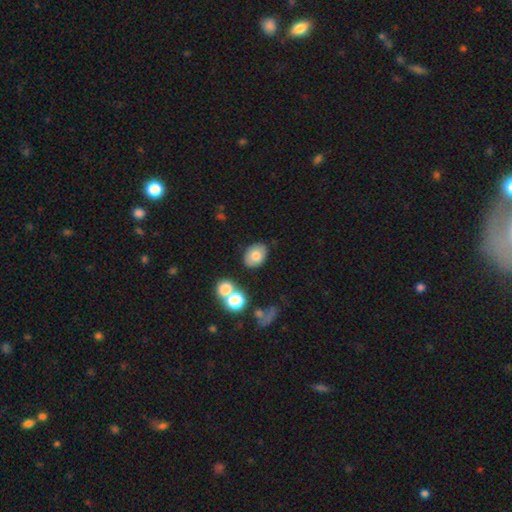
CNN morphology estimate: type=smooth (77%); roundness=in between (70%); merging=none (79%).